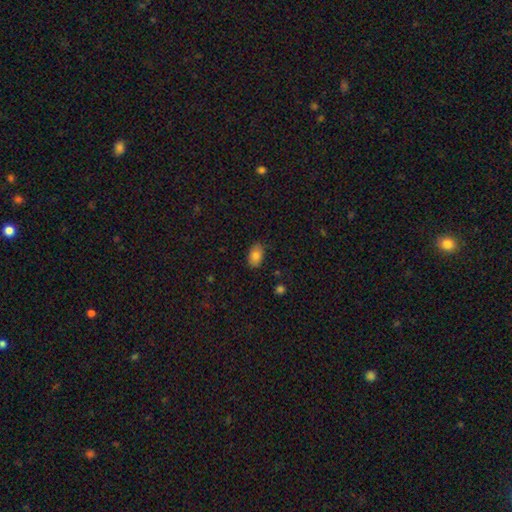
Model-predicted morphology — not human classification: type=smooth (82%); roundness=in between (88%); merging=none (83%).